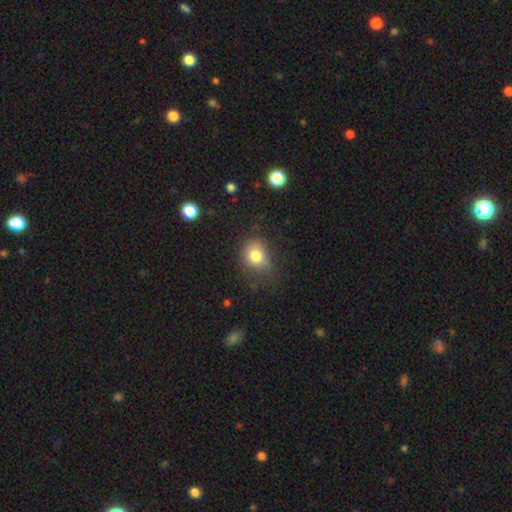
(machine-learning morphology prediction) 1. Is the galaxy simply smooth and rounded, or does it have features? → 79% smooth, 11% star or artifact, 10% featured or disk.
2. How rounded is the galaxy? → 58% round, 41% in between, 1% cigar-shaped.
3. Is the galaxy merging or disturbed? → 57% none, 28% minor disturbance, 13% major disturbance, 2% merger.